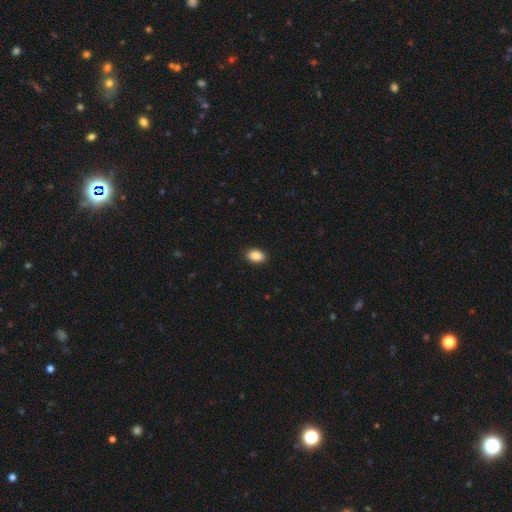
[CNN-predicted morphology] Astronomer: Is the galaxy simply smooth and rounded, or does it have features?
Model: smooth — 89%.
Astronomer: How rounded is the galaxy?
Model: in between — 89%.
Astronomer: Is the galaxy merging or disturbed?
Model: none — 90%.